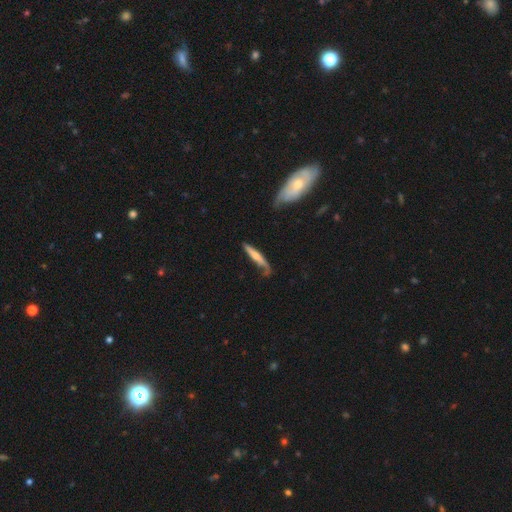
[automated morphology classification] featured or disk 50%, smooth 45%, star or artifact 6%. Down the decision tree: merging — none (49%).